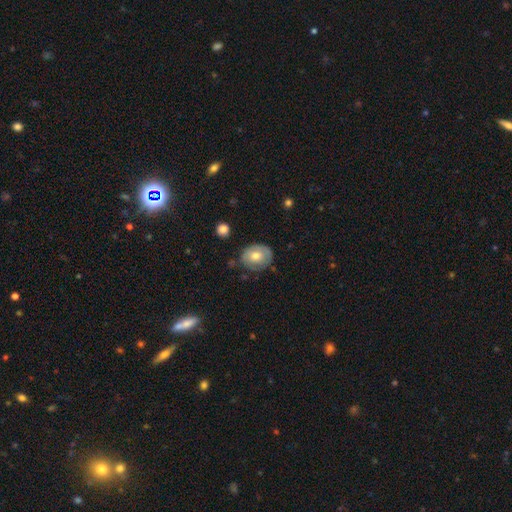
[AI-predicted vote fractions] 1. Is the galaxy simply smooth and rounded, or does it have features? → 62% smooth, 31% featured or disk, 7% star or artifact.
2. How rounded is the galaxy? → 53% in between, 46% round, 1% cigar-shaped.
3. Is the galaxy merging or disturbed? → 68% none, 23% minor disturbance, 5% major disturbance, 3% merger.